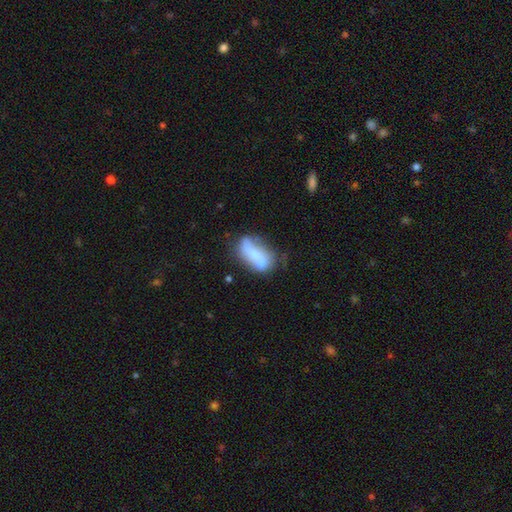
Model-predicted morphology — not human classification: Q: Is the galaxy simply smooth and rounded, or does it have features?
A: smooth — 49%.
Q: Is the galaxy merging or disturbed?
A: merger — 39%.